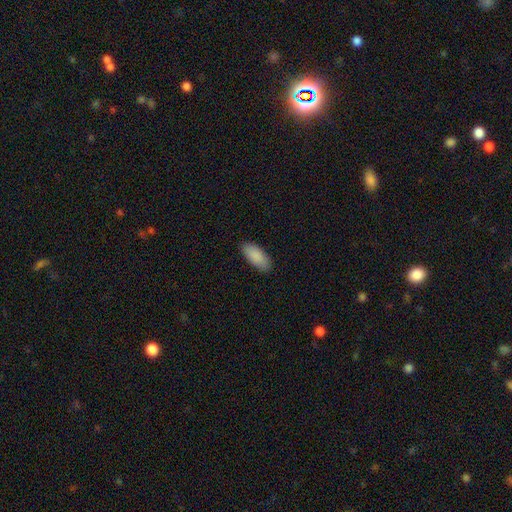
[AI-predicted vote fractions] smooth_or_featured: smooth (p=0.90) [alt: star or artifact p=0.06]
how_rounded: in between (p=0.88) [alt: cigar-shaped p=0.10]
merging: none (p=0.86) [alt: minor disturbance p=0.11]